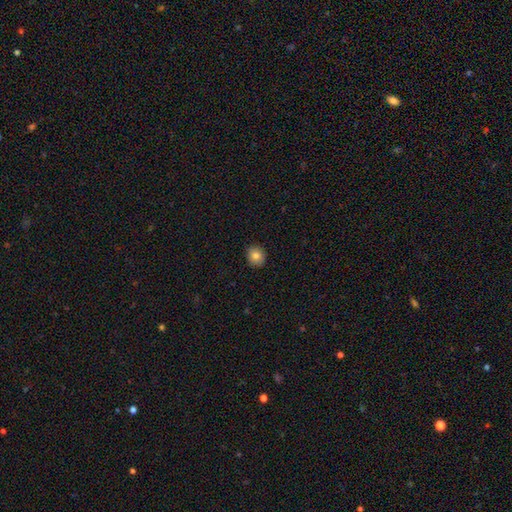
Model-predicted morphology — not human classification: smooth_or_featured: smooth (p=0.82) [alt: star or artifact p=0.10]
how_rounded: round (p=0.82) [alt: in between p=0.18]
merging: none (p=0.90) [alt: minor disturbance p=0.07]